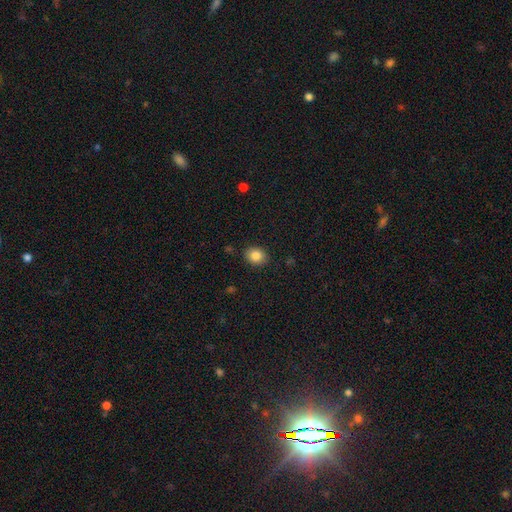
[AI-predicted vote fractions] Smooth or featured?
  - smooth: 85% *
  - star or artifact: 9%
  - featured or disk: 6%
How rounded?
  - round: 61% *
  - in between: 39%
  - cigar-shaped: 1%
Merging?
  - none: 88% *
  - minor disturbance: 8%
  - major disturbance: 2%
  - merger: 1%